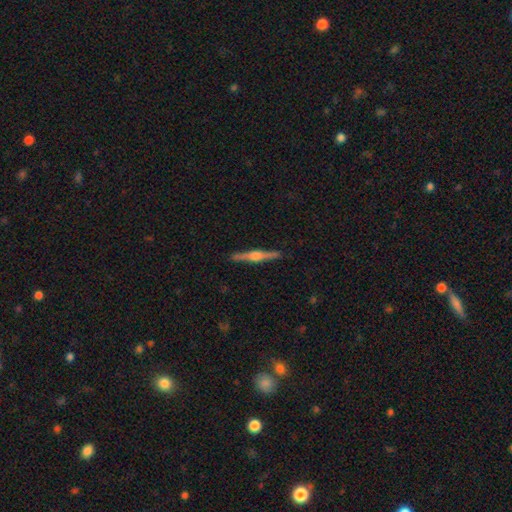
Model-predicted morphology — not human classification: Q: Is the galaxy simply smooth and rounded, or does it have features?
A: featured or disk — 81%.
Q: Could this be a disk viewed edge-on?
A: yes — 99%.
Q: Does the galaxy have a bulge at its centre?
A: rounded — 88%.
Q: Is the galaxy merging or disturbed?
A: none — 92%.